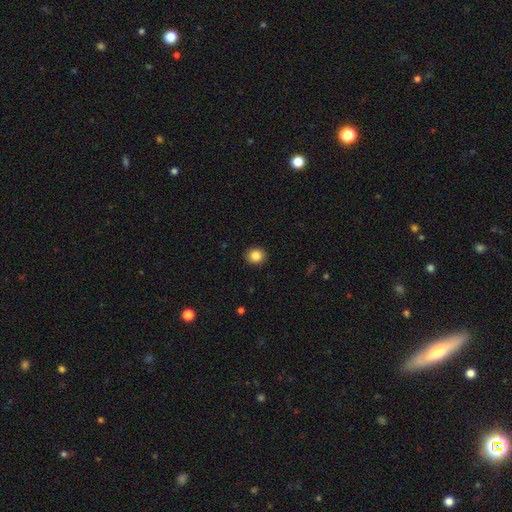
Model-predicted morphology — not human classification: smooth 85%, star or artifact 10%, featured or disk 5%. Down the decision tree: how rounded — round (79%); merging — none (92%).